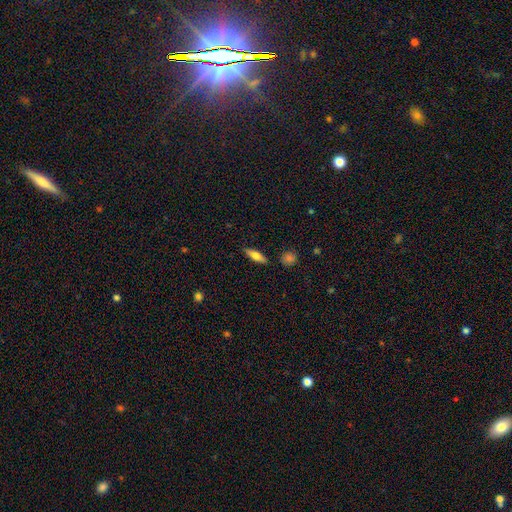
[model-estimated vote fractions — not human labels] smooth 62%, featured or disk 31%, star or artifact 7%. Down the decision tree: how rounded — cigar-shaped (50%); merging — none (86%).